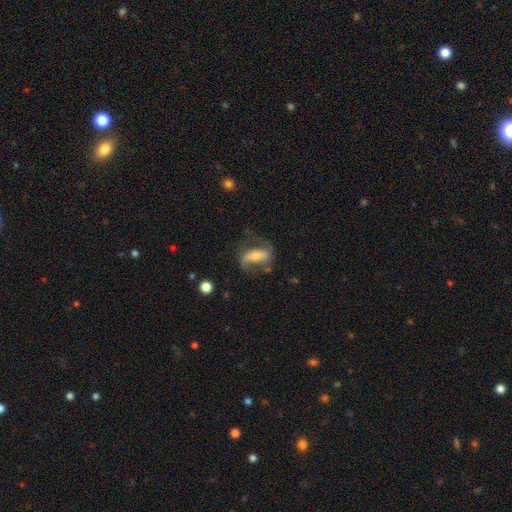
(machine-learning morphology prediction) This appears to be a featured or disk galaxy (71%) with a strong bar (49%), 2 (81%) loose (45%) spiral arms (86%) and a small central bulge (44%). Merging: none (56%).